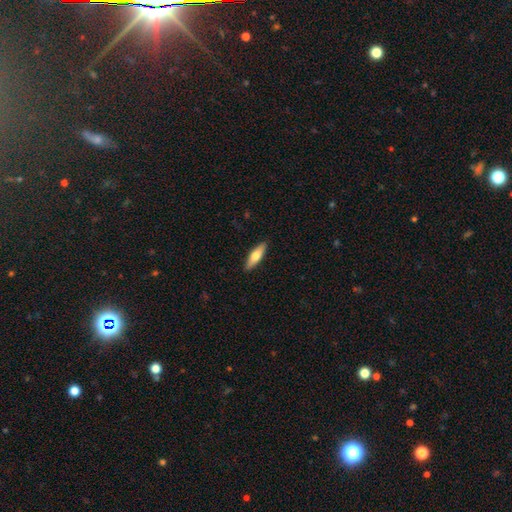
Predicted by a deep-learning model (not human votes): Smooth or featured: smooth — 65% (featured or disk — 30%)
How rounded: cigar-shaped — 54% (in between — 44%)
Merging: none — 90% (minor disturbance — 7%)